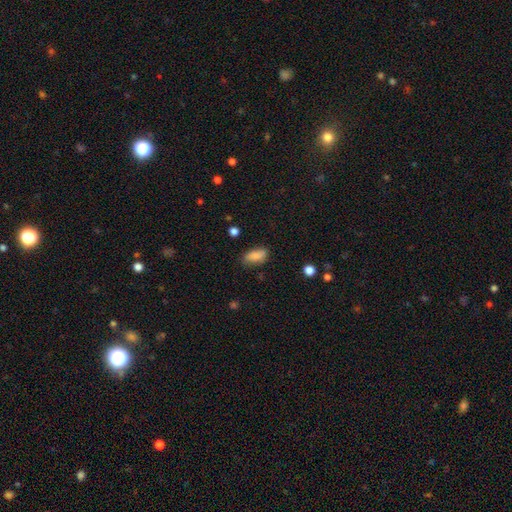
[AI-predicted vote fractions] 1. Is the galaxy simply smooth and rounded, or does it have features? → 87% smooth, 8% star or artifact, 6% featured or disk.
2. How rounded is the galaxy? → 85% in between, 12% cigar-shaped, 3% round.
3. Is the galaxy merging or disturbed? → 76% none, 18% minor disturbance, 4% major disturbance, 2% merger.